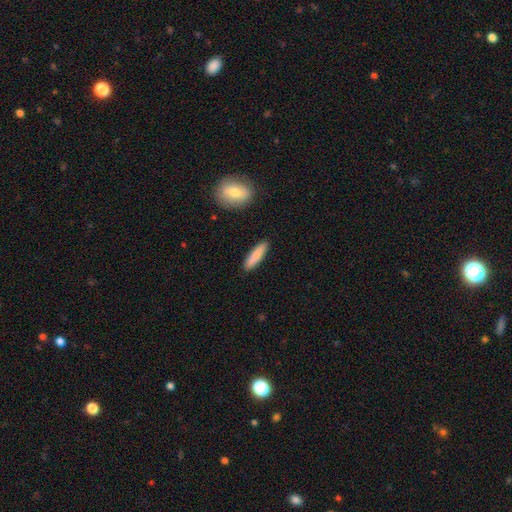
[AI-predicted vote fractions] The model was most divided on "how rounded": cigar-shaped: 80%, in between: 19%, round: 1%. More confident: merging — none (90%); smooth or featured — smooth (84%).